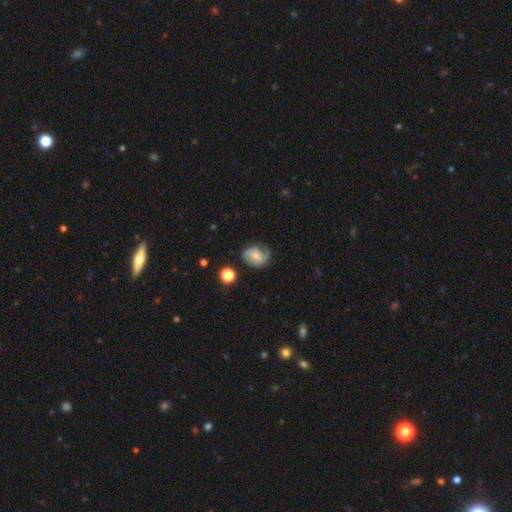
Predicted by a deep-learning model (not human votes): This is possibly a featured or disk galaxy (58%). It is clearly not viewed edge-on (97%). Bar: possibly no (56%). Spiral arm pattern: clearly yes (89%). Spiral arm count: possibly 2 (59%). Spiral winding: marginally medium (44%). Central bulge: possibly small (50%). Merging: likely none (60%).